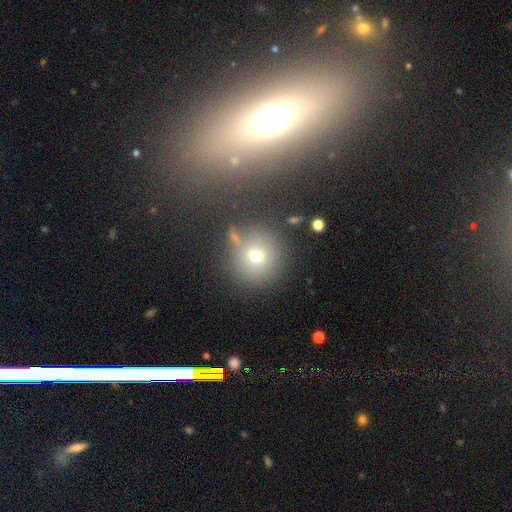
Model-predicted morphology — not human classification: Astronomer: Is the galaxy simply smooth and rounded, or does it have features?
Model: smooth — 71%.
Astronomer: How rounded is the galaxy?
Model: round — 91%.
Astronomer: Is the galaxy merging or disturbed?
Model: none — 71%.